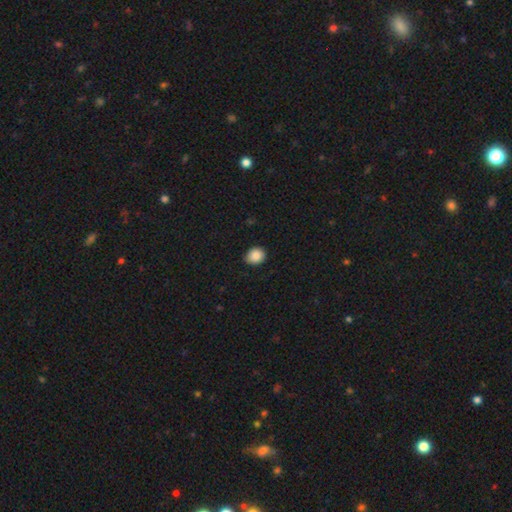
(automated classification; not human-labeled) smooth 88%, star or artifact 8%, featured or disk 4%. Down the decision tree: how rounded — round (56%); merging — none (83%).